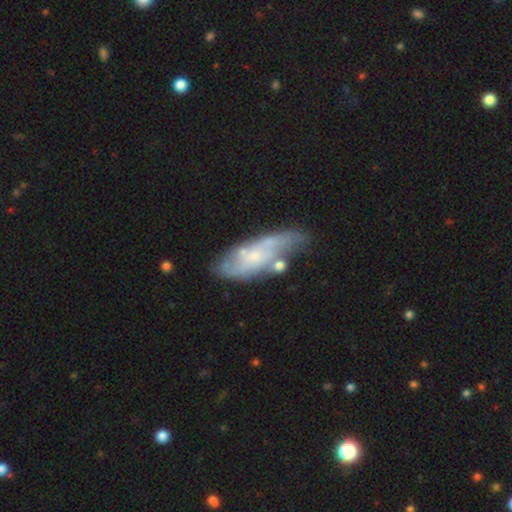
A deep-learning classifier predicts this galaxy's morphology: Smooth or featured? Predicted: featured or disk (p=0.64). Edge-on disk? Predicted: no (p=0.86). Bar? Predicted: no (p=0.69). Spiral arms? Predicted: yes (p=0.68). Bulge size? Predicted: small (p=0.59). Merging? Predicted: none (p=0.50).